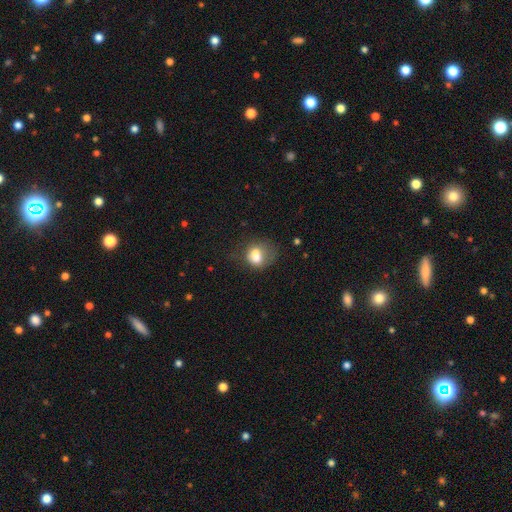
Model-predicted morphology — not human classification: Smooth or featured? smooth (72%)
How rounded? round (51%)
Merging? none (35%)